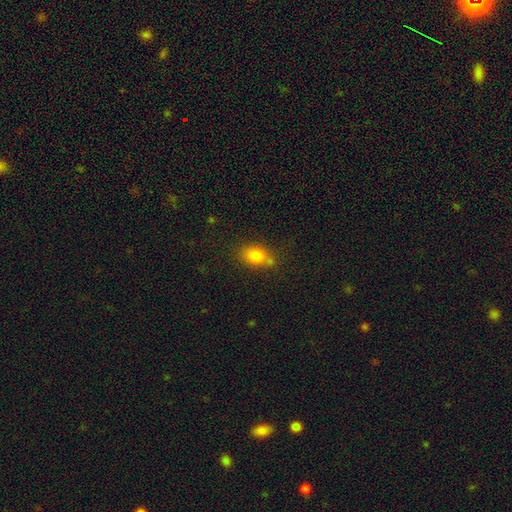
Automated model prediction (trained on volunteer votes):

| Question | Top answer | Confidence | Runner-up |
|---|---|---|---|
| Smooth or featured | smooth | 80% | star or artifact (10%) |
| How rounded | in between | 77% | round (20%) |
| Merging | none | 63% | minor disturbance (20%) |